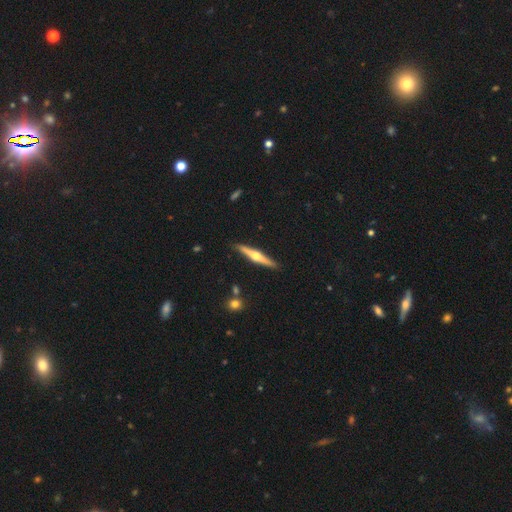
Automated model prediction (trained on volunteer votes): A featured or disk galaxy (71%) viewed edge-on (98%) with a rounded central bulge (93%). Merging: none (90%).